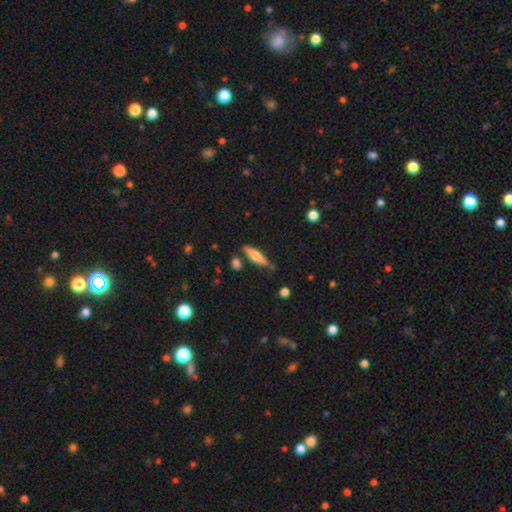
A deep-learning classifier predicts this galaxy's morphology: Q: Smooth or featured?
A: smooth (57%); runner-up: featured or disk (37%)
Q: How rounded?
A: cigar-shaped (73%); runner-up: in between (25%)
Q: Merging?
A: none (77%); runner-up: minor disturbance (14%)